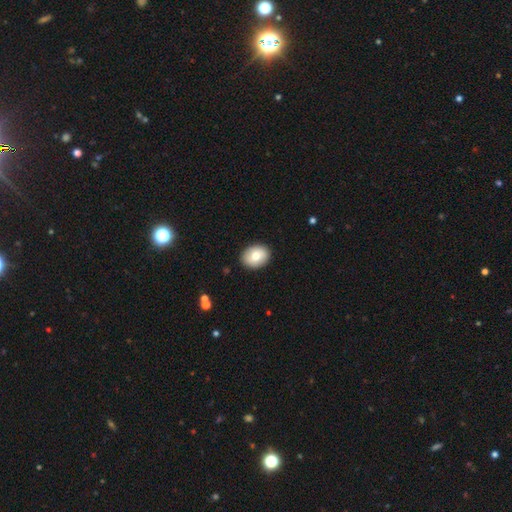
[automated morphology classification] smooth-or-featured: smooth: 76% | featured or disk: 17% | star or artifact: 7%
  how-rounded: in between: 60% | round: 39% | cigar-shaped: 1%
  merging: none: 90% | minor disturbance: 7% | major disturbance: 2% | merger: 1%